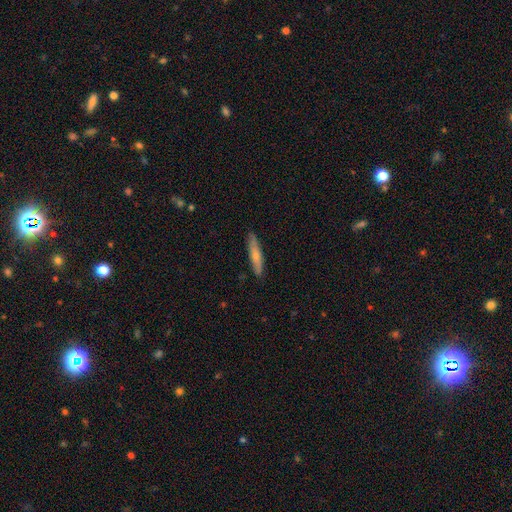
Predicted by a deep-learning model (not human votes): Smooth or featured: smooth — 64% (featured or disk — 31%)
How rounded: cigar-shaped — 89% (in between — 10%)
Merging: none — 88% (minor disturbance — 9%)